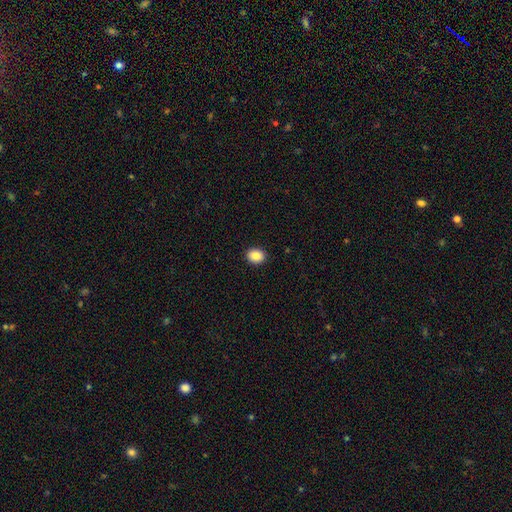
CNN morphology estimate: Smooth or featured: smooth — 88% (star or artifact — 8%)
How rounded: in between — 55% (round — 45%)
Merging: none — 91% (minor disturbance — 6%)